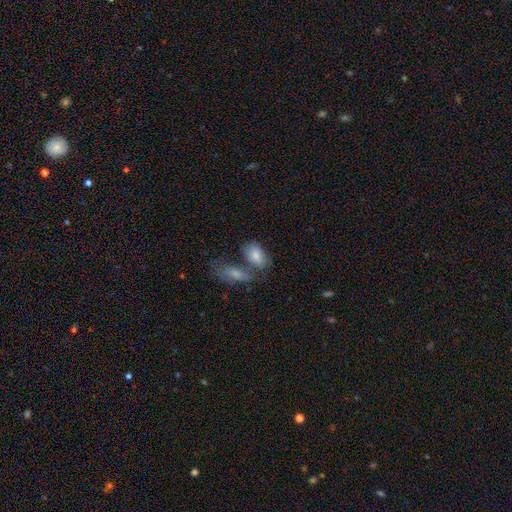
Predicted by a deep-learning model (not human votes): smooth-or-featured: smooth: 80% | featured or disk: 13% | star or artifact: 7%
  how-rounded: in between: 90% | round: 7% | cigar-shaped: 3%
  merging: none: 42% | merger: 39% | minor disturbance: 14% | major disturbance: 6%